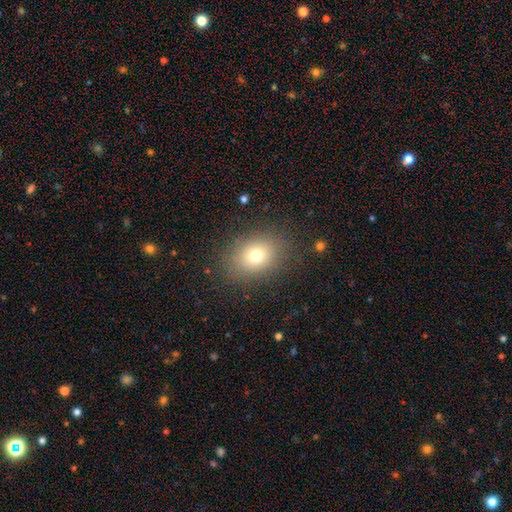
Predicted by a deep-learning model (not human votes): A smooth galaxy with no disk features (73%) that is in between round and cigar-shaped (56%).

Vote fractions:
- Smooth or featured? smooth: 73% / star or artifact: 14% / featured or disk: 13%
- How rounded? in between: 56% / round: 43% / cigar-shaped: 1%
- Merging? none: 83% / minor disturbance: 10% / major disturbance: 5% / merger: 1%